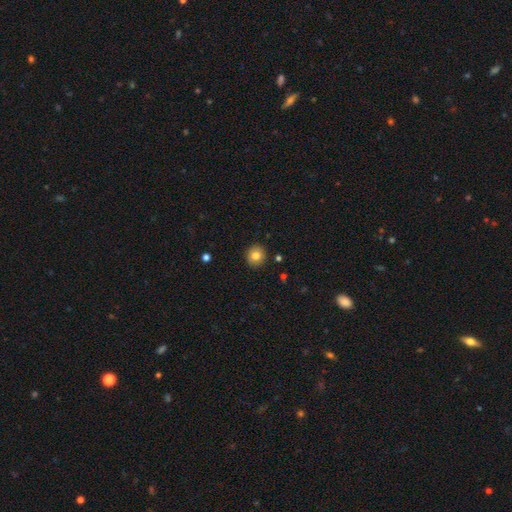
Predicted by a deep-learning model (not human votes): Smooth or featured: smooth — 81% (star or artifact — 10%)
How rounded: round — 90% (in between — 9%)
Merging: none — 91% (minor disturbance — 6%)